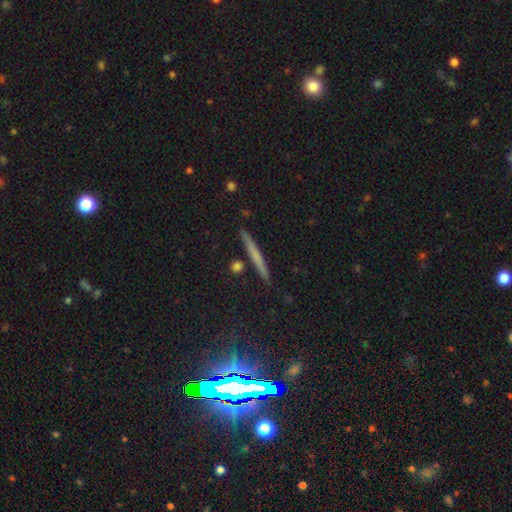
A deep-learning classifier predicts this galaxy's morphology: Overall: smooth (51%; featured or disk 37%). How rounded: cigar-shaped (94%). Merging: none (89%).